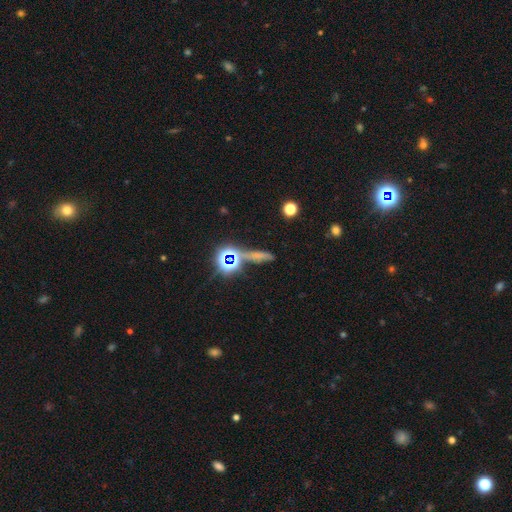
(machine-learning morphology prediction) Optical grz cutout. It shows a star or artifact, not a galaxy (44%).